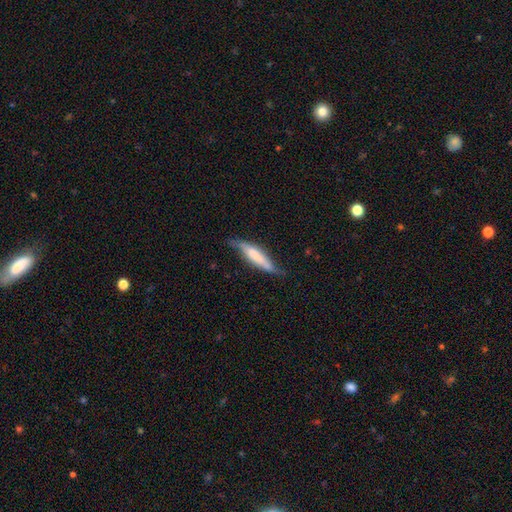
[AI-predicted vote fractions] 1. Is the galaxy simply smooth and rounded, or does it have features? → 49% smooth, 44% featured or disk, 6% star or artifact.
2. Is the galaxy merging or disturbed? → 57% none, 31% minor disturbance, 9% major disturbance, 3% merger.